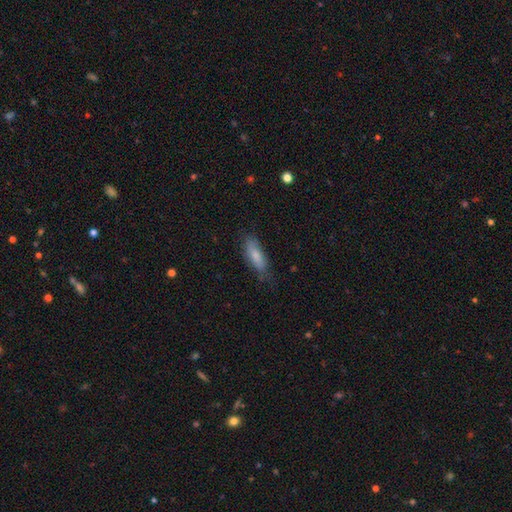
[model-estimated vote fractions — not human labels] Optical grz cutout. It shows a smooth galaxy with no disk features (77%) that is in between round and cigar-shaped (59%). Merging: none (70%).